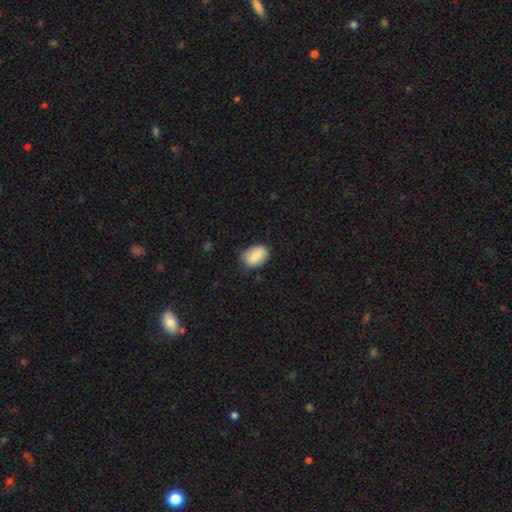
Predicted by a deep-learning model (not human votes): A smooth galaxy with no disk features (79%) that is in between round and cigar-shaped (83%).

Vote fractions:
- Smooth or featured? smooth: 79% / featured or disk: 14% / star or artifact: 7%
- How rounded? in between: 83% / round: 15% / cigar-shaped: 1%
- Merging? none: 72% / minor disturbance: 23% / major disturbance: 4% / merger: 1%